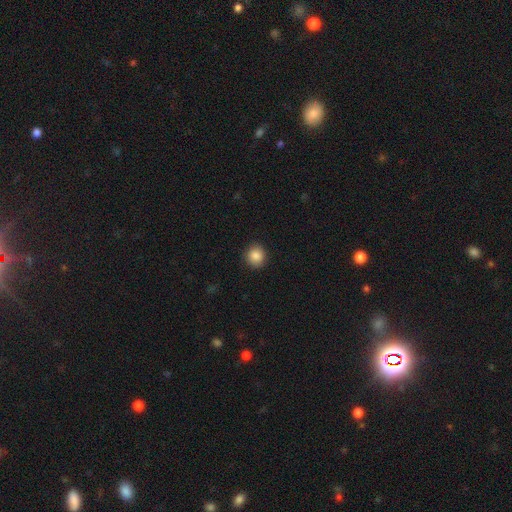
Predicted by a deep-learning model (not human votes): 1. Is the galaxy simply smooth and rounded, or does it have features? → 87% smooth, 9% star or artifact, 4% featured or disk.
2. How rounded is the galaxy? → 88% round, 11% in between, 1% cigar-shaped.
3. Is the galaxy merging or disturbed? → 90% none, 7% minor disturbance, 2% major disturbance, 1% merger.